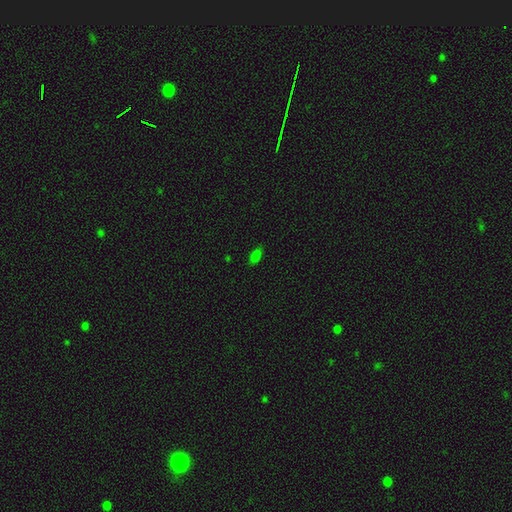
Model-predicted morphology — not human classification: smooth-or-featured: smooth: 78% | star or artifact: 17% | featured or disk: 5%
  how-rounded: in between: 89% | cigar-shaped: 6% | round: 5%
  merging: none: 84% | minor disturbance: 12% | major disturbance: 3% | merger: 1%